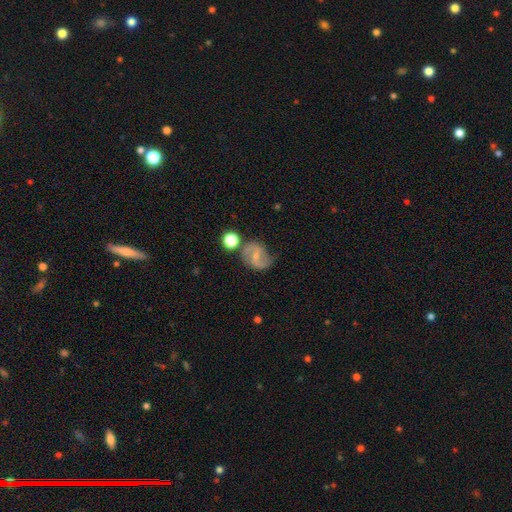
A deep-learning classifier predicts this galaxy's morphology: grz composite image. It shows a featured or disk galaxy (69%) with a weak bar (50%), 2 (88%) medium (44%) spiral arms (90%) and a small central bulge (60%). Merging: none (64%).